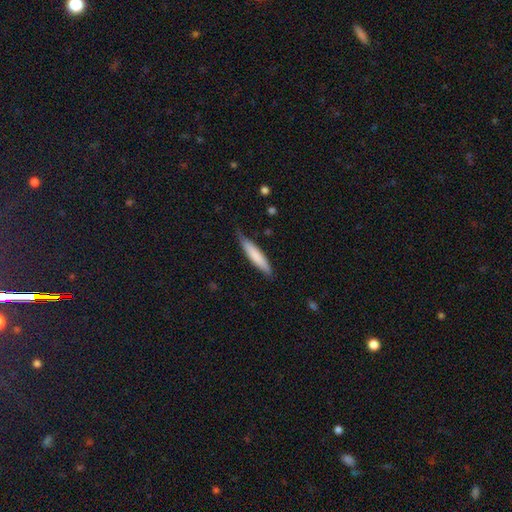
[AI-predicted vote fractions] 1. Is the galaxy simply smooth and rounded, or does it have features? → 76% smooth, 19% featured or disk, 5% star or artifact.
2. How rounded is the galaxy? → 86% cigar-shaped, 13% in between, 1% round.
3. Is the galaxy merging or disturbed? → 73% none, 22% minor disturbance, 3% major disturbance, 1% merger.